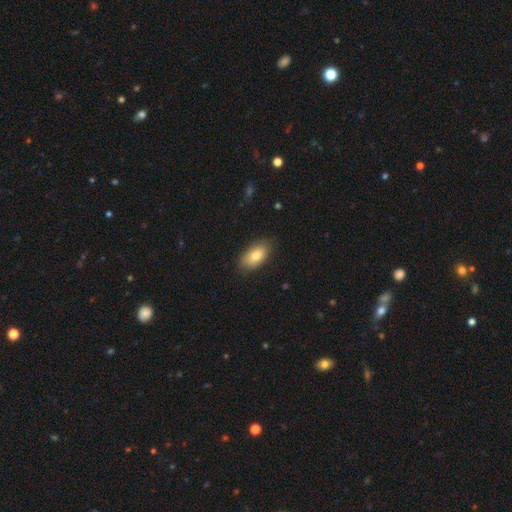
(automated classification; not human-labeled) Smooth or featured?
  - smooth: 80% *
  - featured or disk: 13%
  - star or artifact: 7%
How rounded?
  - in between: 92% *
  - round: 4%
  - cigar-shaped: 4%
Merging?
  - none: 83% *
  - minor disturbance: 13%
  - major disturbance: 3%
  - merger: 1%